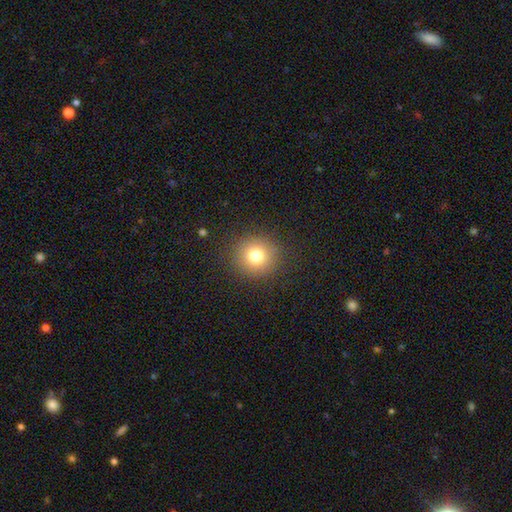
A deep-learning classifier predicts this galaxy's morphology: Smooth or featured? Predicted: smooth (p=0.79). How rounded? Predicted: round (p=0.93). Merging? Predicted: none (p=0.89).